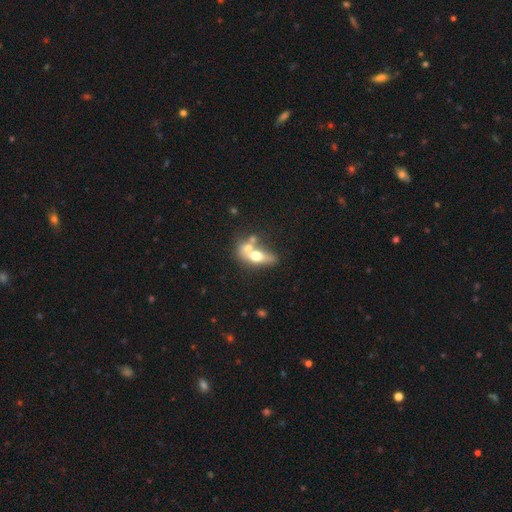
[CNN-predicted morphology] Smooth or featured? smooth (58%)
How rounded? in between (66%)
Merging? merger (55%)